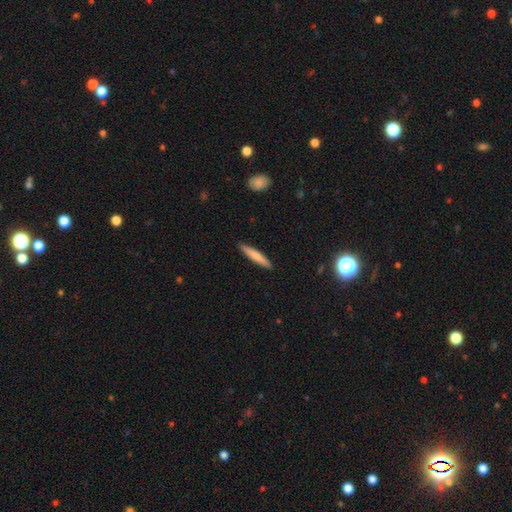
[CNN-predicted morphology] Smooth or featured: smooth — 75% (featured or disk — 20%)
How rounded: cigar-shaped — 92% (in between — 7%)
Merging: none — 91% (minor disturbance — 7%)